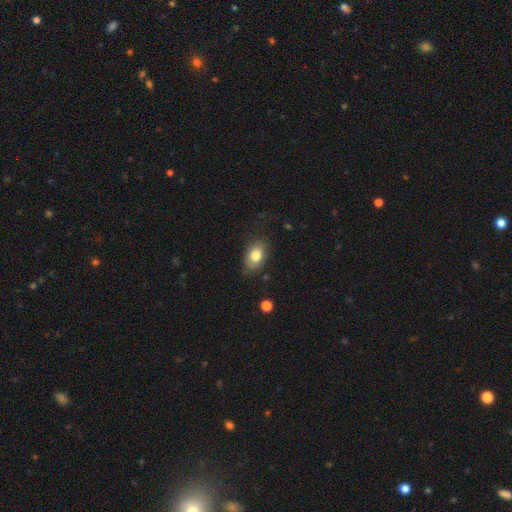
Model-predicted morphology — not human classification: A smooth galaxy with no disk features (80%) that is in between round and cigar-shaped (86%).

Vote fractions:
- Smooth or featured? smooth: 80% / featured or disk: 13% / star or artifact: 8%
- How rounded? in between: 86% / round: 12% / cigar-shaped: 2%
- Merging? none: 77% / minor disturbance: 17% / major disturbance: 5% / merger: 2%